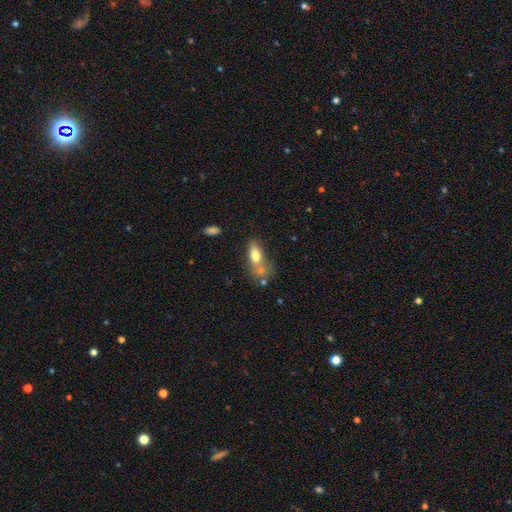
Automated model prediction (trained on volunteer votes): A smooth galaxy with no disk features (71%) that is in between round and cigar-shaped (74%).

Vote fractions:
- Smooth or featured? smooth: 71% / featured or disk: 20% / star or artifact: 9%
- How rounded? in between: 74% / cigar-shaped: 20% / round: 6%
- Merging? none: 35% / merger: 29% / minor disturbance: 21% / major disturbance: 15%